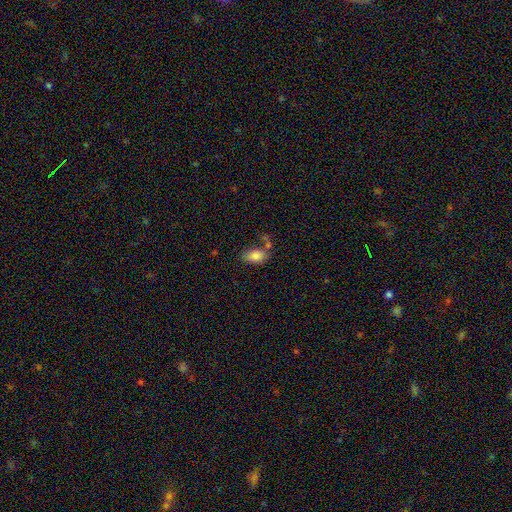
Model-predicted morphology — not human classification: The model was most divided on "merging": none: 53%, merger: 21%, minor disturbance: 18%, major disturbance: 8%. More confident: how rounded — in between (89%); smooth or featured — smooth (83%).